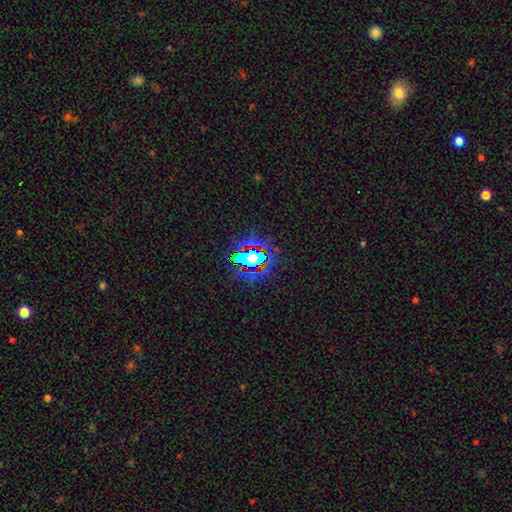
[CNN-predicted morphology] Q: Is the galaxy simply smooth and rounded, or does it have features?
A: star or artifact — 57%.